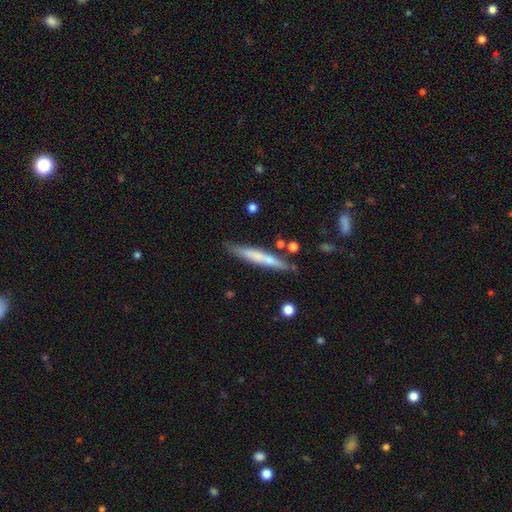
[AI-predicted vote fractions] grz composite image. It shows a smooth galaxy with no disk features (59%) that is cigar-shaped (93%). Merging: none (75%).